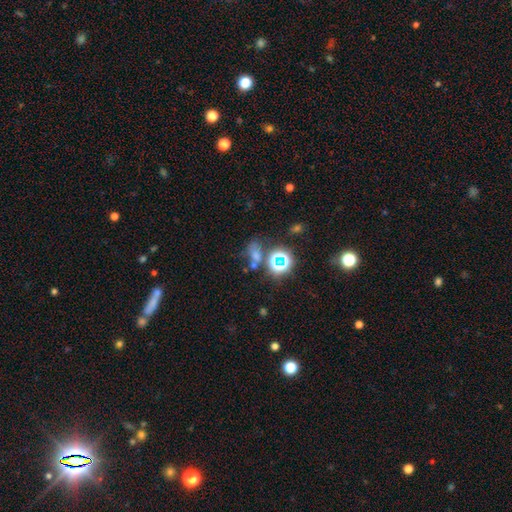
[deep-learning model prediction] Smooth or featured? smooth (49%)
Merging? none (44%)